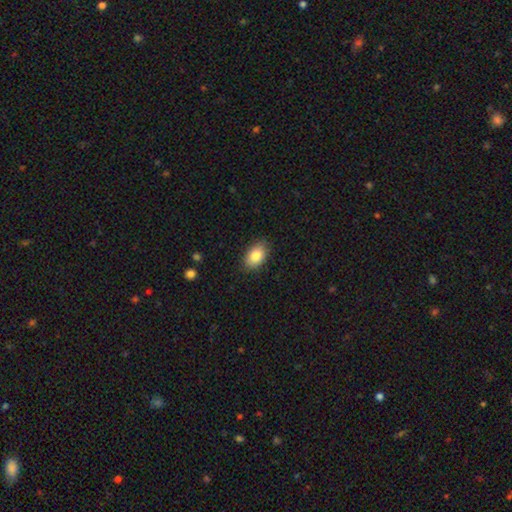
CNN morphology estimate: This is clearly a smooth galaxy (85%). How rounded: clearly in between (90%). Merging: clearly none (86%).